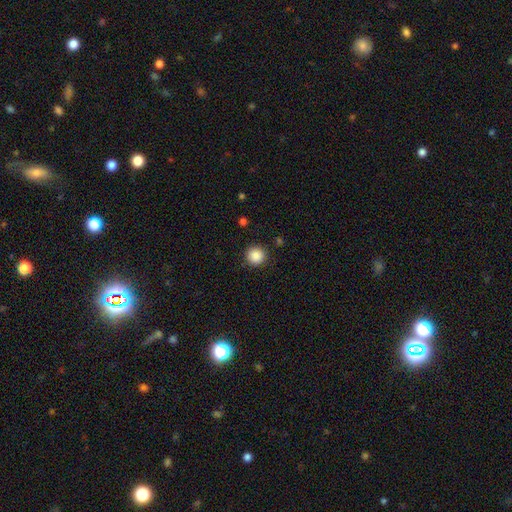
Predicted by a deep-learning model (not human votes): Smooth or featured? smooth (88%)
How rounded? round (95%)
Merging? none (91%)